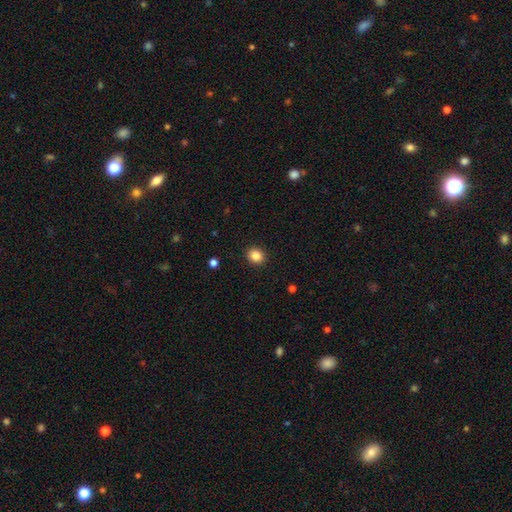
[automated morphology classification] The model was most divided on "how rounded": round: 75%, in between: 25%, cigar-shaped: 1%. More confident: merging — none (92%); smooth or featured — smooth (85%).